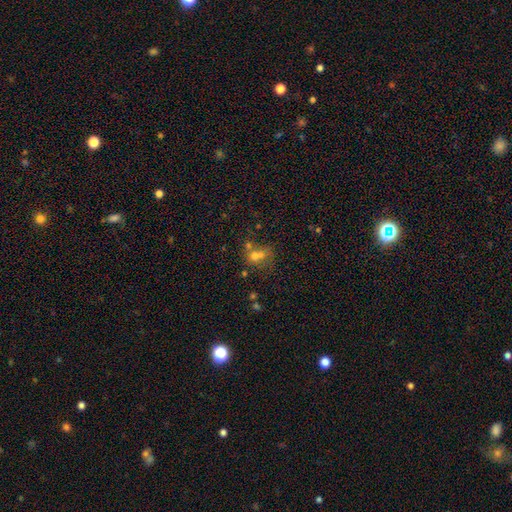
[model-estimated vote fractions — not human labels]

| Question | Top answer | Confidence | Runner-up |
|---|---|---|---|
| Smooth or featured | smooth | 57% | featured or disk (22%) |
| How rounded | round | 62% | in between (37%) |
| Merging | merger | 54% | none (30%) |